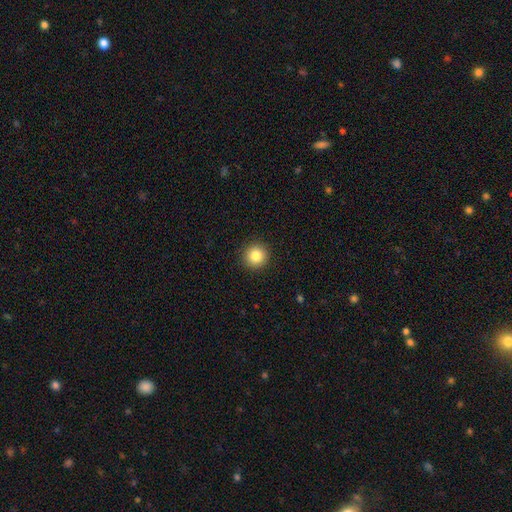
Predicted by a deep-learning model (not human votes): Smooth or featured?
  - smooth: 84% *
  - star or artifact: 10%
  - featured or disk: 6%
How rounded?
  - round: 94% *
  - in between: 5%
  - cigar-shaped: 1%
Merging?
  - none: 93% *
  - minor disturbance: 5%
  - major disturbance: 2%
  - merger: 1%